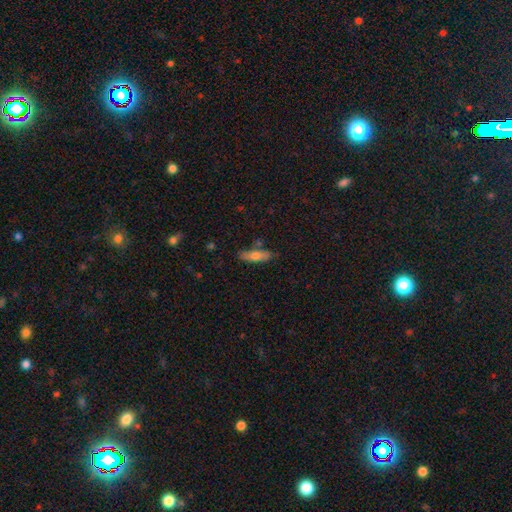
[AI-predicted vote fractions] A smooth galaxy with no disk features (68%) that is cigar-shaped (55%).

Vote fractions:
- Smooth or featured? smooth: 68% / featured or disk: 26% / star or artifact: 7%
- How rounded? cigar-shaped: 55% / in between: 42% / round: 2%
- Merging? none: 76% / minor disturbance: 15% / merger: 6% / major disturbance: 3%